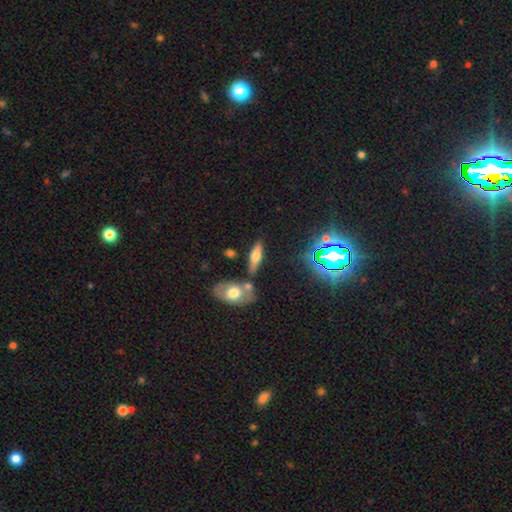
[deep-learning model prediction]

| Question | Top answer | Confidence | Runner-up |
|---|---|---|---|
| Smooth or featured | smooth | 50% | featured or disk (37%) |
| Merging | none | 69% | merger (14%) |